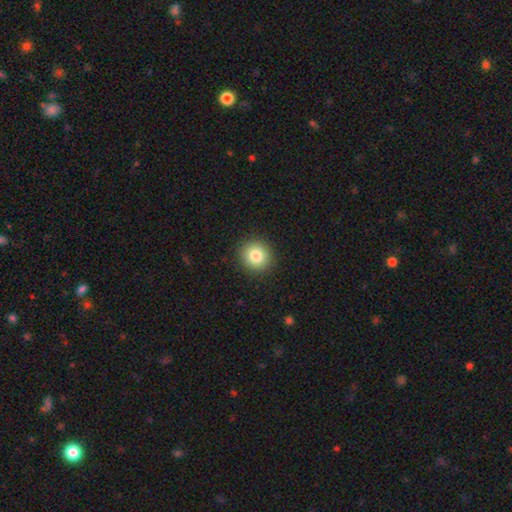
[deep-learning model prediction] Smooth or featured?
  - smooth: 83% *
  - star or artifact: 10%
  - featured or disk: 7%
How rounded?
  - round: 89% *
  - in between: 10%
  - cigar-shaped: 1%
Merging?
  - none: 91% *
  - minor disturbance: 6%
  - major disturbance: 2%
  - merger: 1%